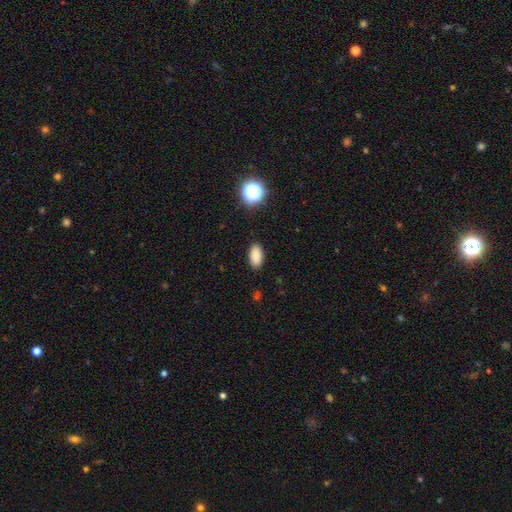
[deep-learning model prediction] Overall: smooth (86%). How rounded: in between (92%). Merging: none (89%).